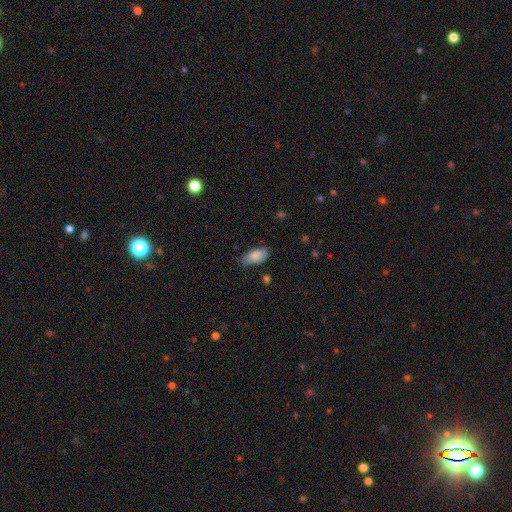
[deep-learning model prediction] Smooth or featured? Predicted: smooth (p=0.83). How rounded? Predicted: in between (p=0.91). Merging? Predicted: none (p=0.57).